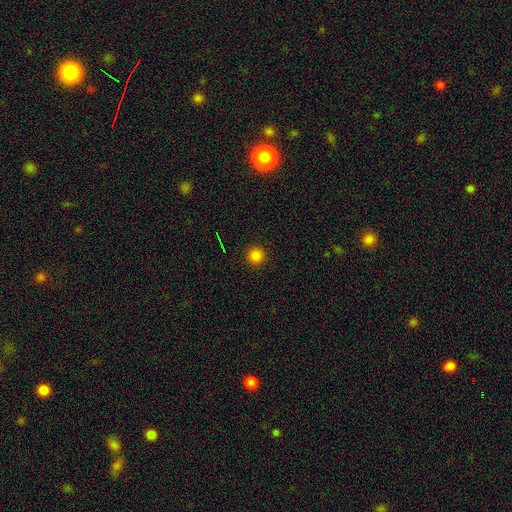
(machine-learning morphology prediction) smooth 82%, star or artifact 14%, featured or disk 3%. Down the decision tree: how rounded — round (96%); merging — none (92%).